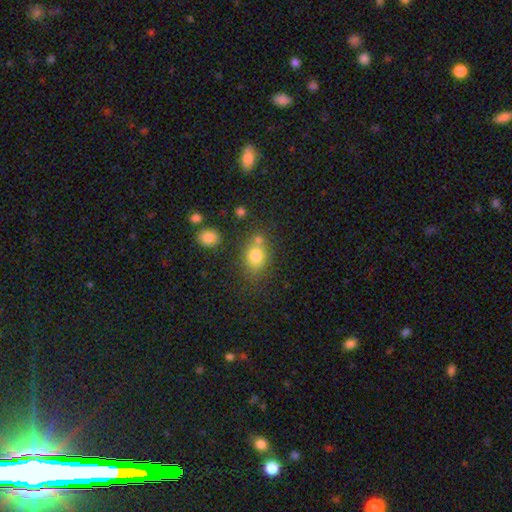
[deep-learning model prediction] Overall: smooth (78%). How rounded: in between (54%; round 44%). Merging: none (60%).